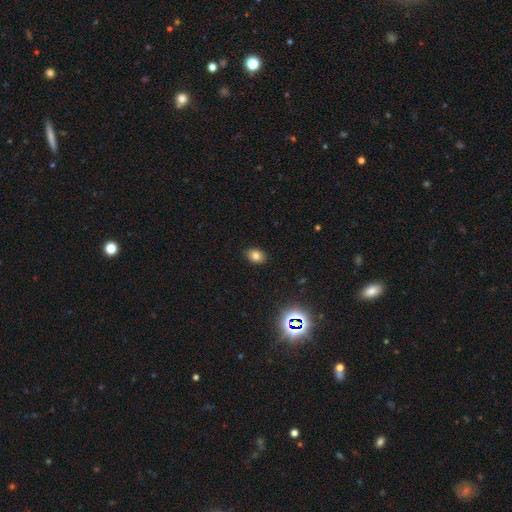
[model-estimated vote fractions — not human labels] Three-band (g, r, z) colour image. It shows a smooth galaxy with no disk features (78%) that is in between round and cigar-shaped (60%). Merging: none (89%).